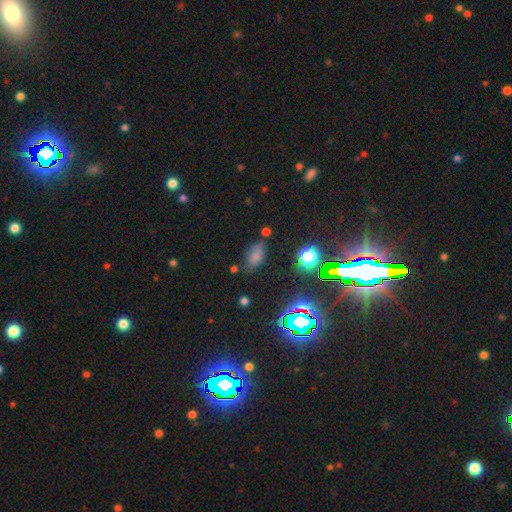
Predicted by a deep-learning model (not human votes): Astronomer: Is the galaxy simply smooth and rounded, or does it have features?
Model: smooth — 68%.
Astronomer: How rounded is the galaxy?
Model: in between — 85%.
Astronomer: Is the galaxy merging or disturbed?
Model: none — 63%.